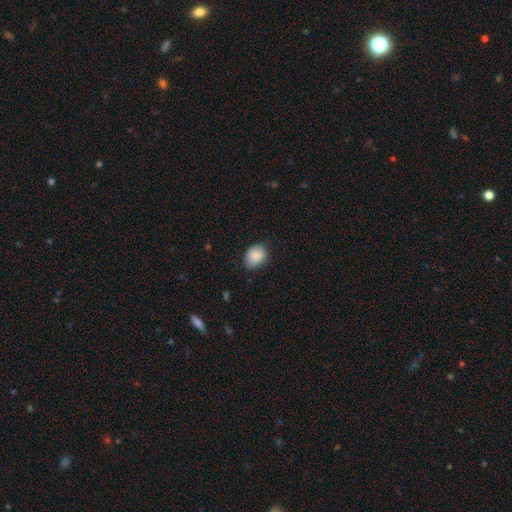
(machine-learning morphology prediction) Smooth or featured: smooth — 89% (star or artifact — 7%)
How rounded: in between — 58% (round — 41%)
Merging: none — 76% (minor disturbance — 20%)